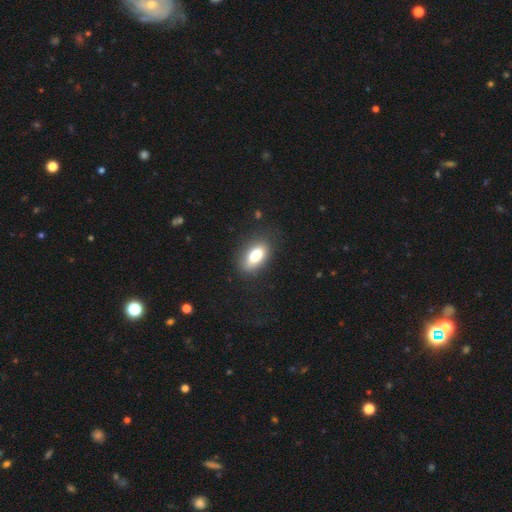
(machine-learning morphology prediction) Smooth or featured? smooth (79%)
How rounded? in between (88%)
Merging? none (81%)